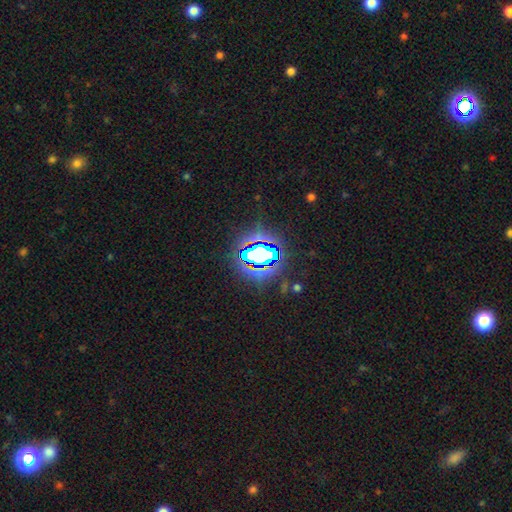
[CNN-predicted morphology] Smooth or featured? Predicted: star or artifact (p=0.77).